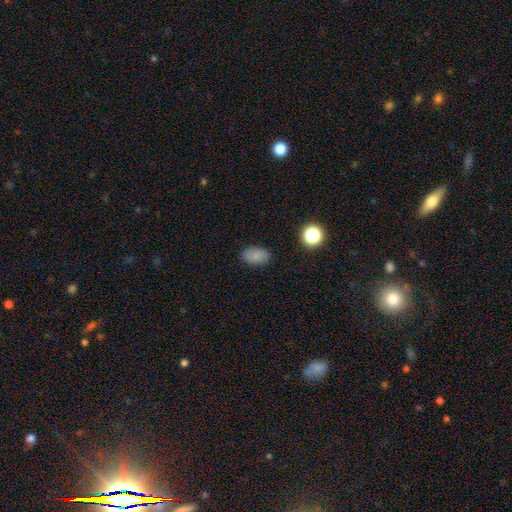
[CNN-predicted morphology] type=smooth (79%); roundness=in between (88%); merging=none (84%).